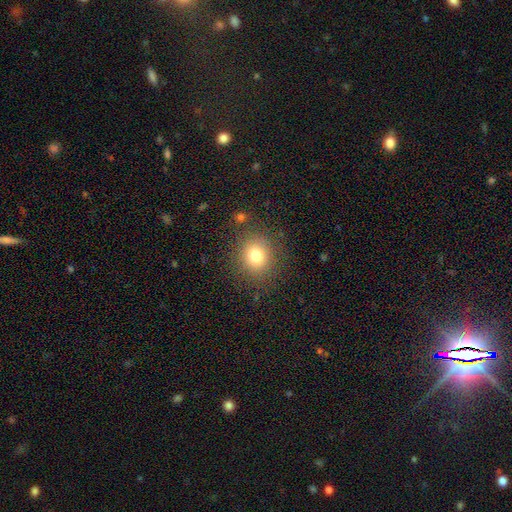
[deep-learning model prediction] smooth_or_featured: smooth (p=0.77) [alt: star or artifact p=0.14]
how_rounded: round (p=0.80) [alt: in between p=0.19]
merging: none (p=0.85) [alt: minor disturbance p=0.09]